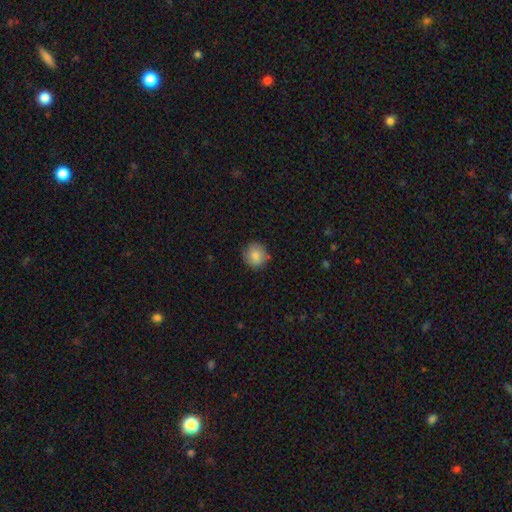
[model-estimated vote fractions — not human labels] A smooth galaxy with no disk features (85%) that is round (86%). Merging: none (82%).